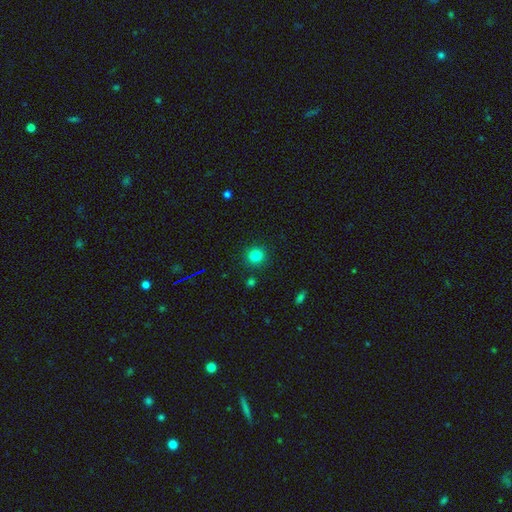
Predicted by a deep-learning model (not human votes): smooth_or_featured: smooth (p=0.81) [alt: star or artifact p=0.14]
how_rounded: round (p=0.92) [alt: in between p=0.07]
merging: none (p=0.90) [alt: minor disturbance p=0.06]